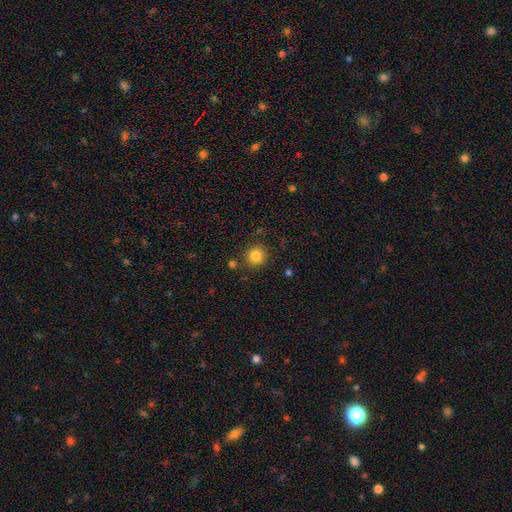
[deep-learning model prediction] Smooth or featured?
  - smooth: 84% *
  - star or artifact: 11%
  - featured or disk: 5%
How rounded?
  - round: 92% *
  - in between: 7%
  - cigar-shaped: 1%
Merging?
  - none: 85% *
  - minor disturbance: 8%
  - merger: 4%
  - major disturbance: 3%